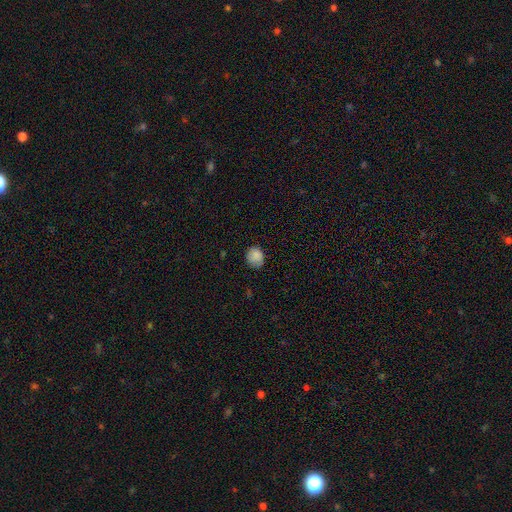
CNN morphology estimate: A smooth galaxy with no disk features (86%) that is round (58%).

Vote fractions:
- Smooth or featured? smooth: 86% / star or artifact: 9% / featured or disk: 5%
- How rounded? round: 58% / in between: 41% / cigar-shaped: 1%
- Merging? none: 73% / minor disturbance: 22% / major disturbance: 4% / merger: 1%